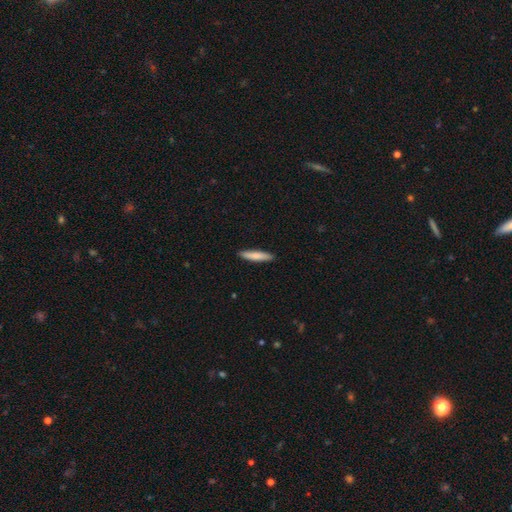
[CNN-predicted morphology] smooth_or_featured: smooth (p=0.80) [alt: featured or disk p=0.14]
how_rounded: cigar-shaped (p=0.89) [alt: in between p=0.10]
merging: none (p=0.91) [alt: minor disturbance p=0.06]